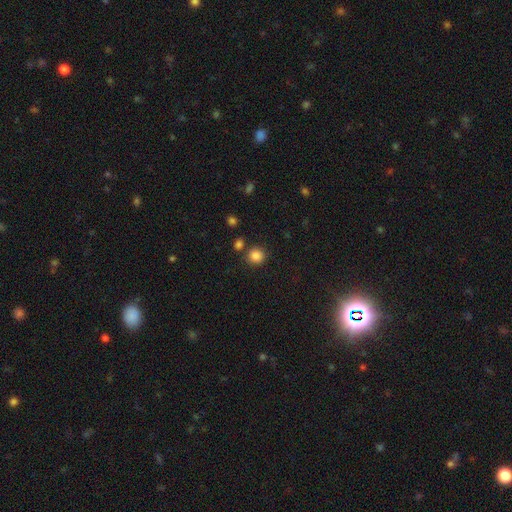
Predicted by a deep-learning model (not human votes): Q: Smooth or featured?
A: smooth (85%); runner-up: star or artifact (11%)
Q: How rounded?
A: round (89%); runner-up: in between (10%)
Q: Merging?
A: none (79%); runner-up: merger (9%)